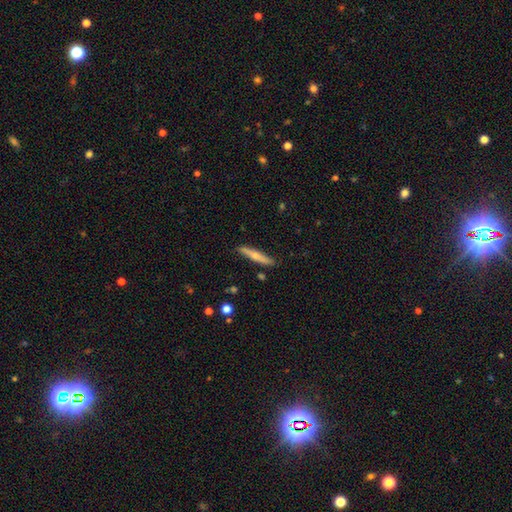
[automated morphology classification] type=smooth (56%); roundness=cigar-shaped (91%); merging=none (86%).